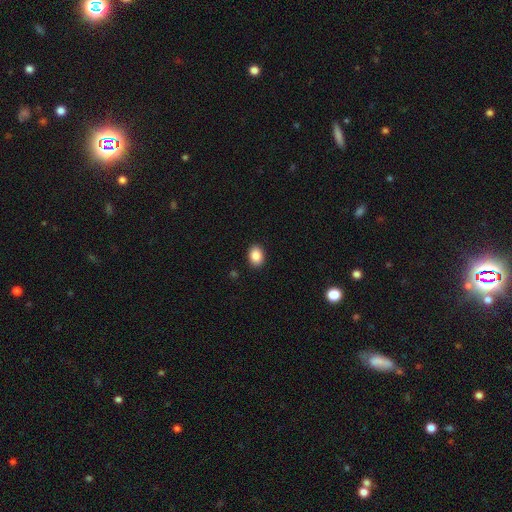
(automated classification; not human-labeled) Overall: smooth (88%). How rounded: in between (67%; round 32%). Merging: none (90%).